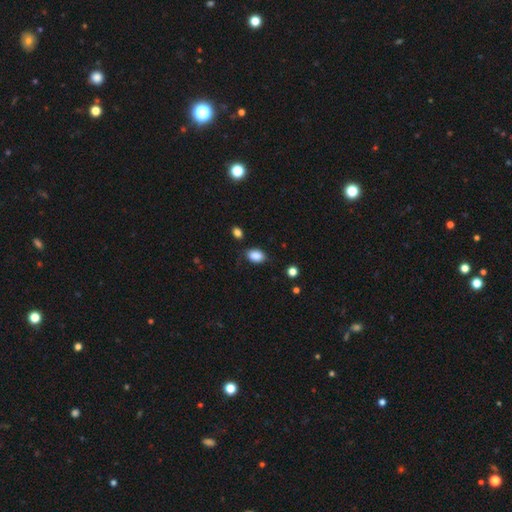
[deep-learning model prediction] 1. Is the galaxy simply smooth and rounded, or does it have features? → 87% smooth, 9% star or artifact, 5% featured or disk.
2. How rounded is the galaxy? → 82% in between, 17% round, 1% cigar-shaped.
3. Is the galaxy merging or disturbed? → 77% none, 17% minor disturbance, 4% major disturbance, 2% merger.